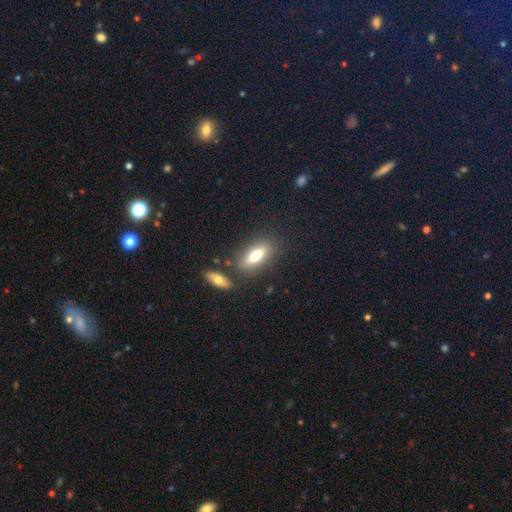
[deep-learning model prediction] This is likely a smooth galaxy (61%). How rounded: possibly in between (60%). Merging: likely none (76%).